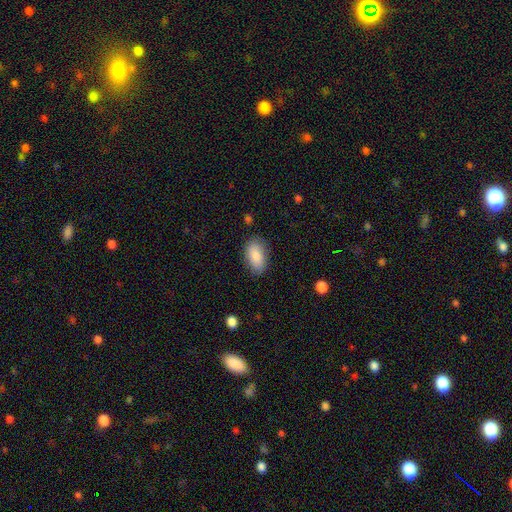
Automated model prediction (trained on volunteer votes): This appears to be a smooth galaxy with no disk features (86%) that is in between round and cigar-shaped (93%). Merging: none (84%).